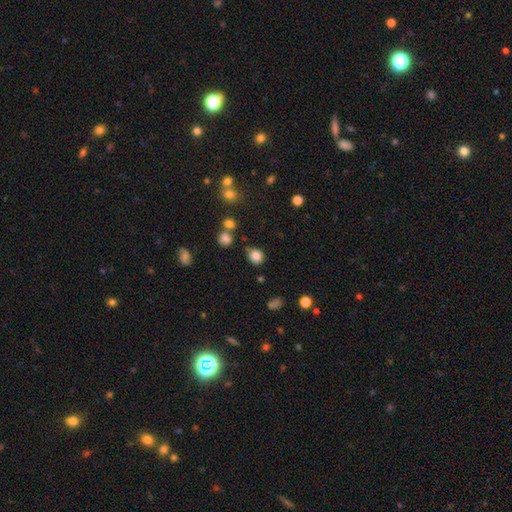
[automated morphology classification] The model was most divided on "how rounded": round: 77%, in between: 22%, cigar-shaped: 1%. More confident: smooth or featured — smooth (82%); merging — none (77%).